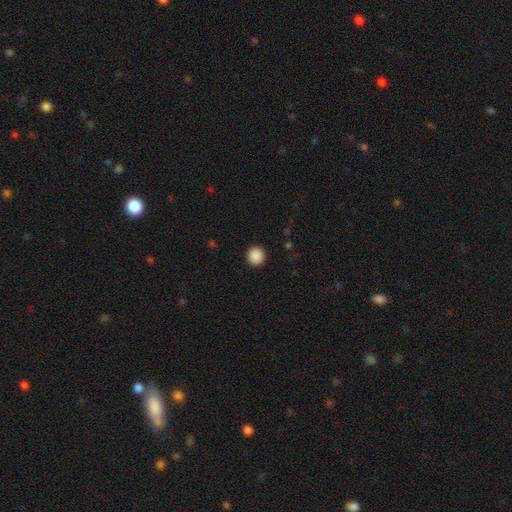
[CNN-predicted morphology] This is clearly a smooth galaxy (89%). How rounded: clearly round (94%). Merging: clearly none (93%).